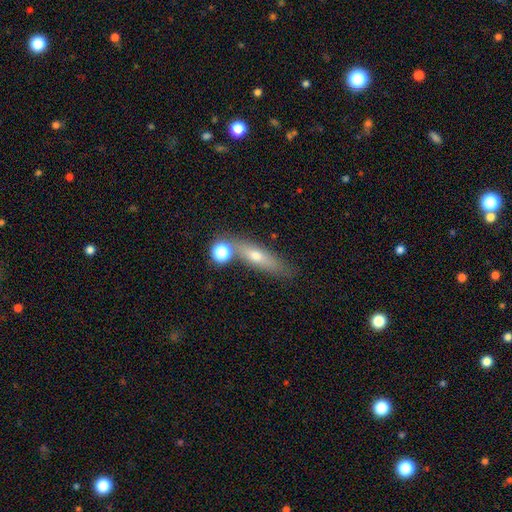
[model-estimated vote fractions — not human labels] A smooth galaxy with no disk features (52%) that is cigar-shaped (67%). Merging: none (69%).